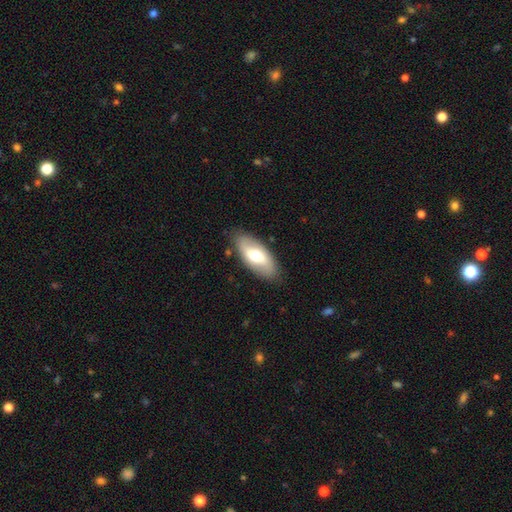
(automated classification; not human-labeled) This appears to be a smooth galaxy with no disk features (49%). Merging: none (85%).